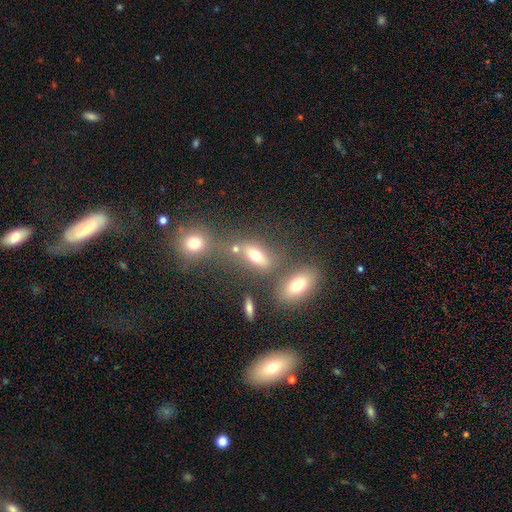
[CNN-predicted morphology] Smooth or featured: smooth — 69% (star or artifact — 15%)
How rounded: in between — 73% (round — 18%)
Merging: none — 53% (merger — 29%)